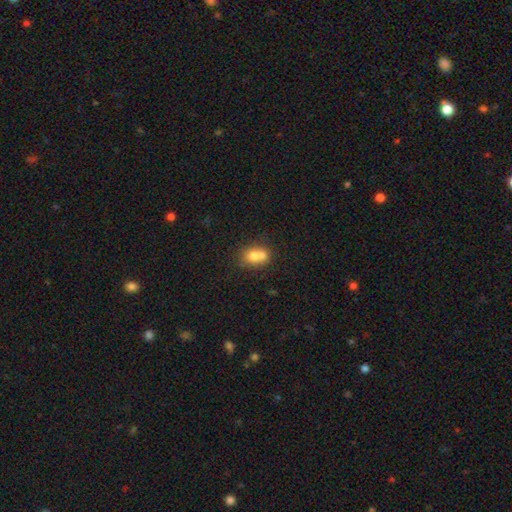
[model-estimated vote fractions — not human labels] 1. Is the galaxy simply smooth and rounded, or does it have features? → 69% smooth, 20% featured or disk, 10% star or artifact.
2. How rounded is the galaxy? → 54% round, 45% in between, 1% cigar-shaped.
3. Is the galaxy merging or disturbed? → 58% merger, 31% none, 8% minor disturbance, 3% major disturbance.